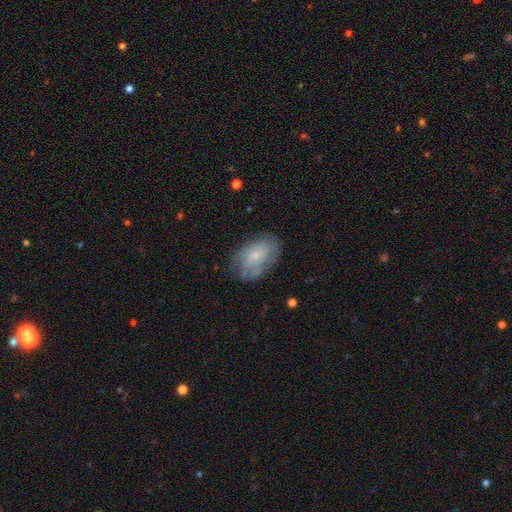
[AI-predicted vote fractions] smooth_or_featured: smooth (p=0.56) [alt: featured or disk p=0.36]
how_rounded: in between (p=0.88) [alt: round p=0.10]
merging: none (p=0.64) [alt: minor disturbance p=0.24]